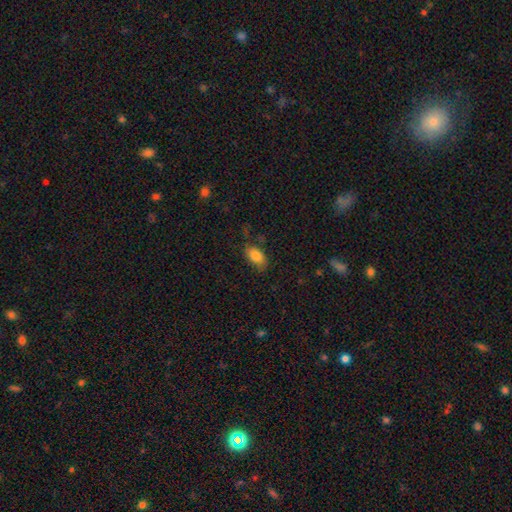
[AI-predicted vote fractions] smooth-or-featured: smooth: 82% | featured or disk: 10% | star or artifact: 8%
  how-rounded: in between: 91% | round: 6% | cigar-shaped: 3%
  merging: none: 69% | minor disturbance: 21% | major disturbance: 7% | merger: 2%